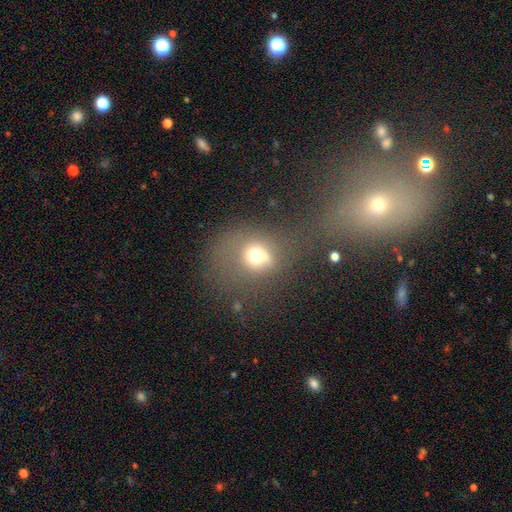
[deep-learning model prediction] The model was most divided on "merging": none: 40%, major disturbance: 26%, minor disturbance: 18%, merger: 16%. More confident: how rounded — round (68%); smooth or featured — smooth (65%).